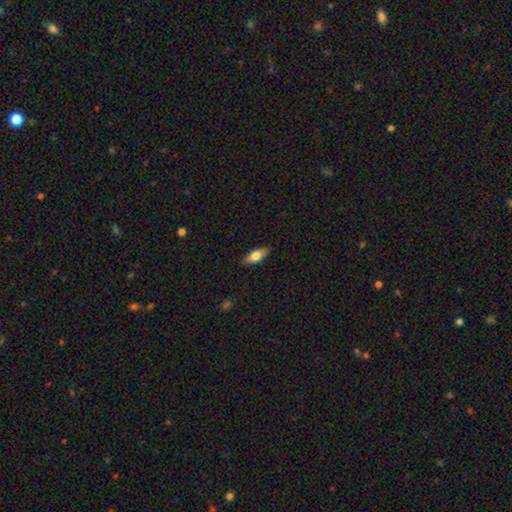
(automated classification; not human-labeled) This is likely a smooth galaxy (61%). How rounded: likely in between (67%). Merging: clearly none (87%).